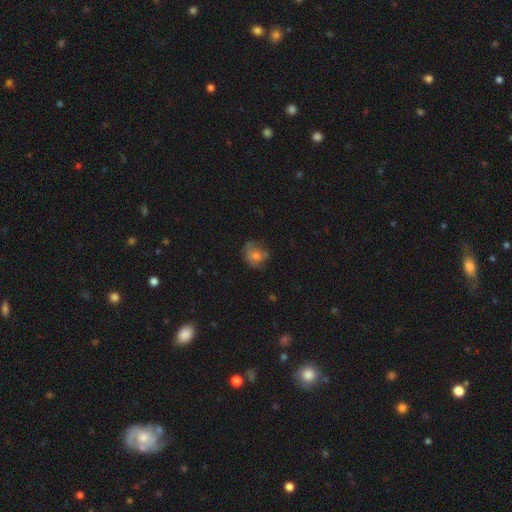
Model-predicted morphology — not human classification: smooth 61%, featured or disk 29%, star or artifact 11%. Down the decision tree: how rounded — round (67%); merging — none (57%).